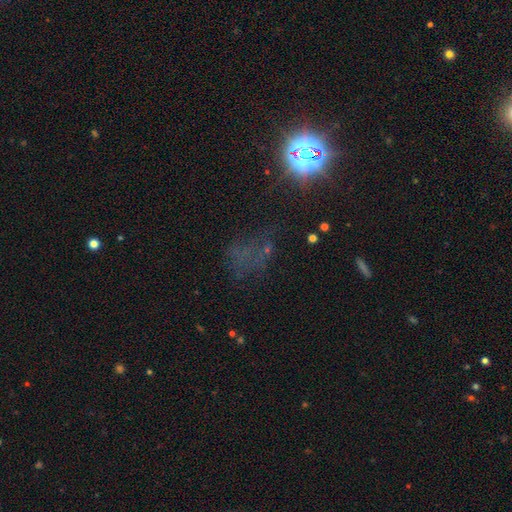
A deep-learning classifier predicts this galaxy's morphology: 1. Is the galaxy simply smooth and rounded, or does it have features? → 56% star or artifact, 28% smooth, 16% featured or disk.